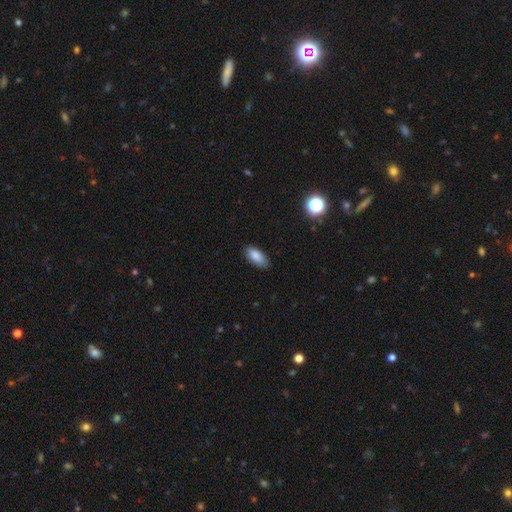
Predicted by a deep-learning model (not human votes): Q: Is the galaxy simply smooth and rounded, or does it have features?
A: smooth — 85%.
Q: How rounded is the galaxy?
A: in between — 87%.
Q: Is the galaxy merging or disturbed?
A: none — 83%.